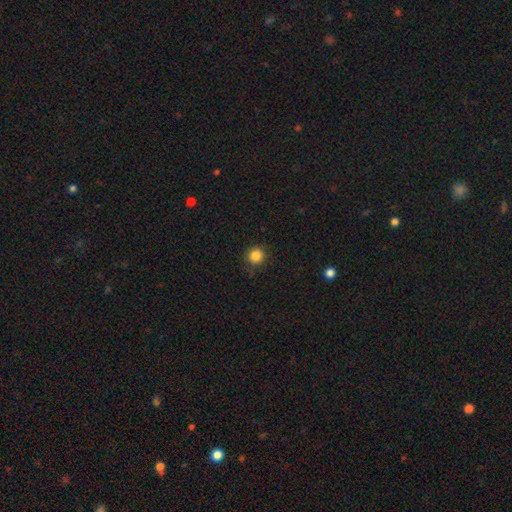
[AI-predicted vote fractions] This appears to be a smooth galaxy with no disk features (85%) that is round (93%). Merging: none (86%).